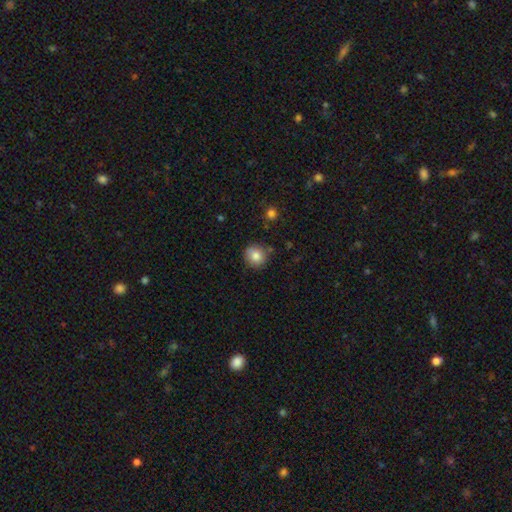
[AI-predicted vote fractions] Smooth or featured? smooth (82%)
How rounded? round (90%)
Merging? none (83%)